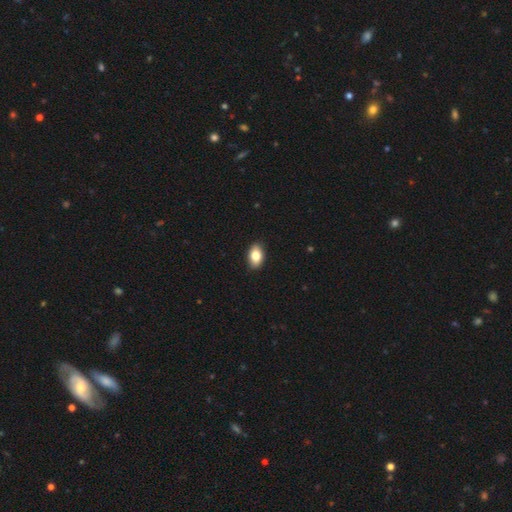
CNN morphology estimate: A smooth galaxy with no disk features (82%) that is in between round and cigar-shaped (90%). Merging: none (89%).